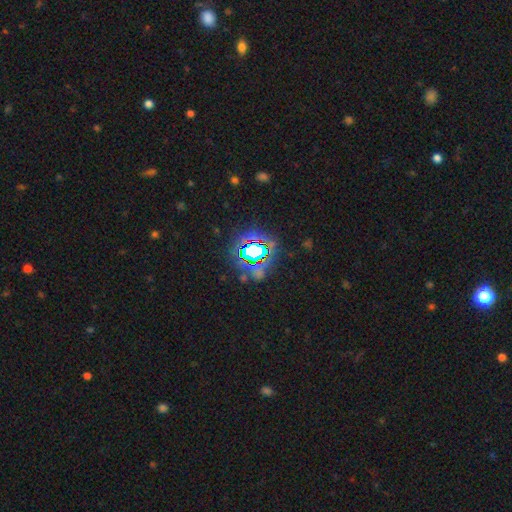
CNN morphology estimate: star or artifact 73%, smooth 17%, featured or disk 10%.